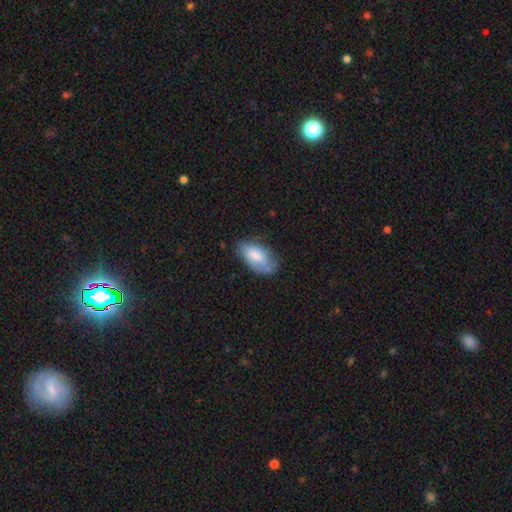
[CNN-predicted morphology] A smooth galaxy with no disk features (68%) that is in between round and cigar-shaped (93%). Merging: none (55%).